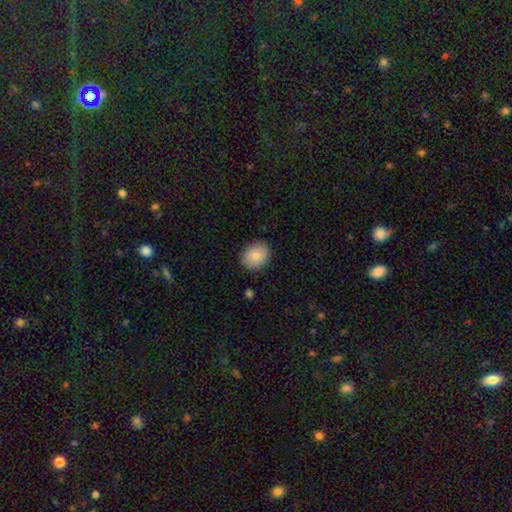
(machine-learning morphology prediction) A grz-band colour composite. It shows a smooth galaxy with no disk features (85%) that is round (58%). Merging: none (88%).